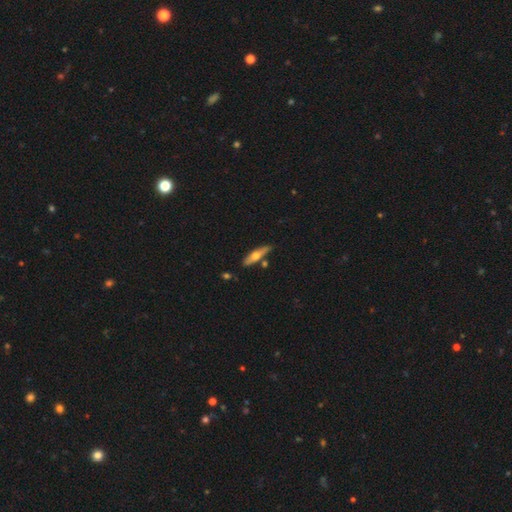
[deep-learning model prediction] A featured or disk galaxy (48%).

Vote fractions:
- Smooth or featured? featured or disk: 48% / smooth: 47% / star or artifact: 6%
- Merging? none: 78% / minor disturbance: 13% / merger: 7% / major disturbance: 3%